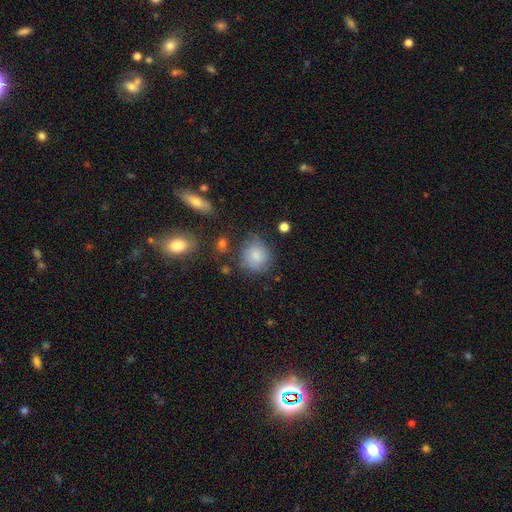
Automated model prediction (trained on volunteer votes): This appears to be a smooth galaxy with no disk features (78%) that is round (81%). Merging: none (70%).